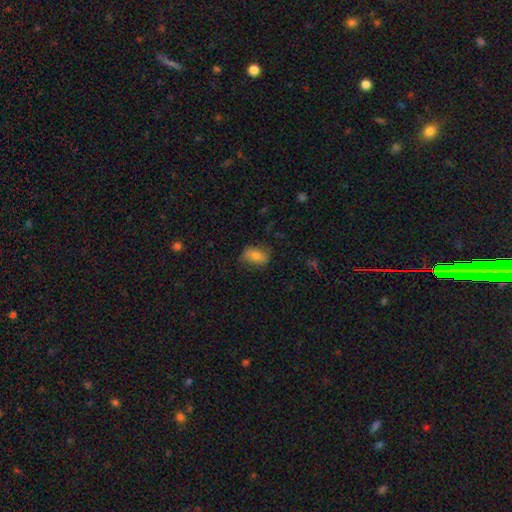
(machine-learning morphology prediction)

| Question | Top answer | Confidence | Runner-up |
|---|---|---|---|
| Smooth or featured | smooth | 76% | featured or disk (16%) |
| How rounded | in between | 85% | round (13%) |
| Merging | none | 74% | minor disturbance (20%) |